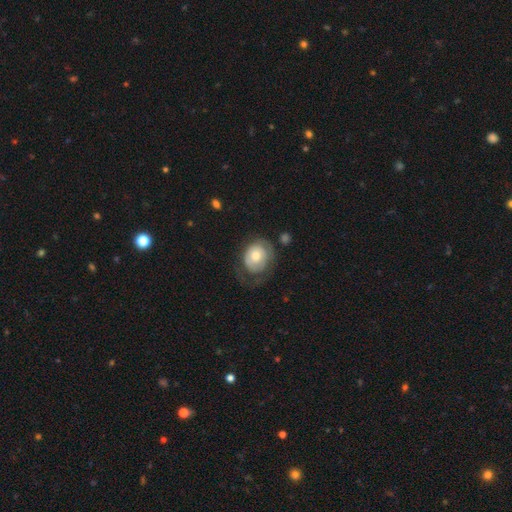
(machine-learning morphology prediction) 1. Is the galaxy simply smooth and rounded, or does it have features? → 57% smooth, 36% featured or disk, 7% star or artifact.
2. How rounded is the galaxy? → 60% round, 39% in between, 1% cigar-shaped.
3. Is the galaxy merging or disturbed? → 45% none, 28% major disturbance, 25% minor disturbance, 3% merger.